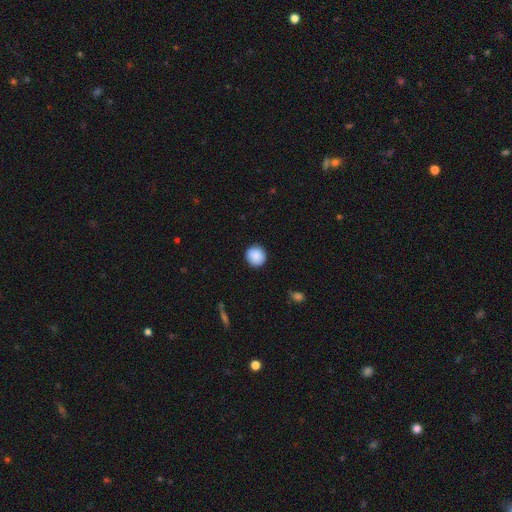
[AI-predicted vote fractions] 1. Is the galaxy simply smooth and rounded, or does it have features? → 89% smooth, 8% star or artifact, 3% featured or disk.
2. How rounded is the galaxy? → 93% round, 6% in between, 1% cigar-shaped.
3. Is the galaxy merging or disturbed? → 90% none, 7% minor disturbance, 2% major disturbance, 1% merger.